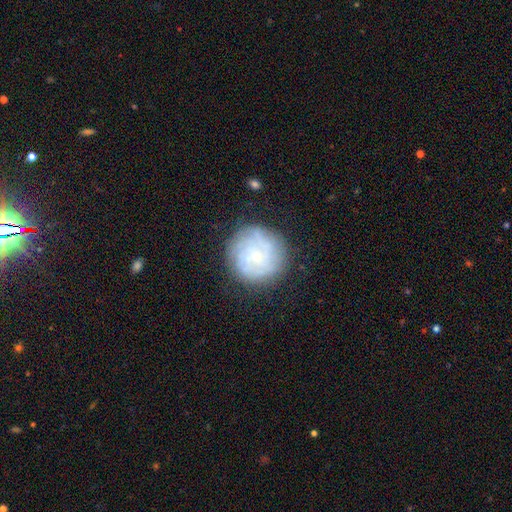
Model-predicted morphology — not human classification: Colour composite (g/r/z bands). It shows a featured or disk galaxy (55%) with no bar (79%), spiral arms (77%) and a small central bulge (72%). Merging: none (79%).